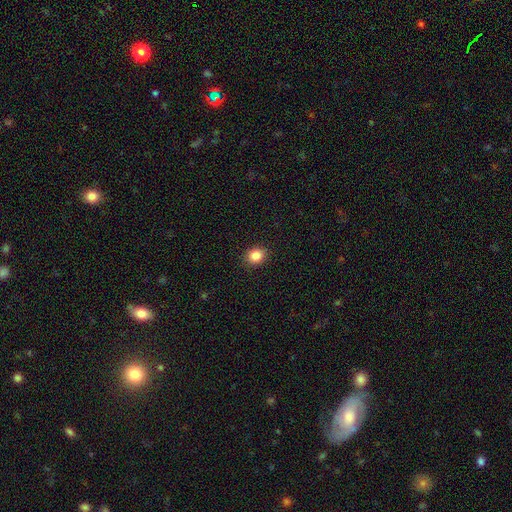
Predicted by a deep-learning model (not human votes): This appears to be a smooth galaxy with no disk features (86%) that is round (60%). Merging: none (90%).